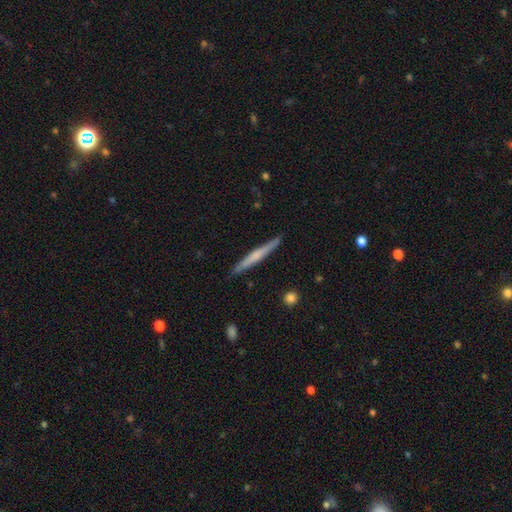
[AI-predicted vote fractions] A featured or disk galaxy (52%) viewed edge-on (97%) with no central bulge (49%). Merging: none (89%).